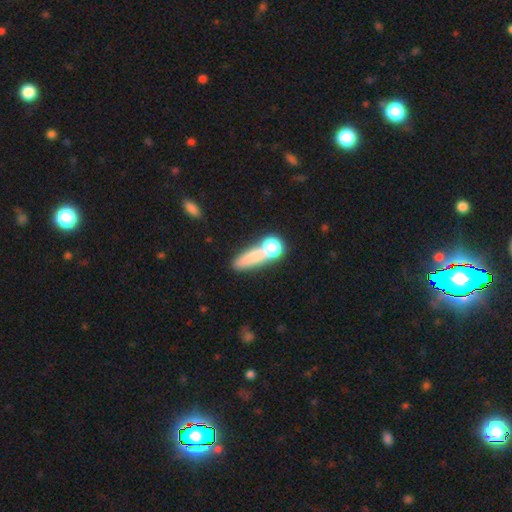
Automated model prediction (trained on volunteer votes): Smooth or featured?
  - smooth: 69% *
  - featured or disk: 19%
  - star or artifact: 11%
How rounded?
  - cigar-shaped: 52% *
  - in between: 31%
  - round: 17%
Merging?
  - none: 41% *
  - merger: 38%
  - minor disturbance: 12%
  - major disturbance: 9%